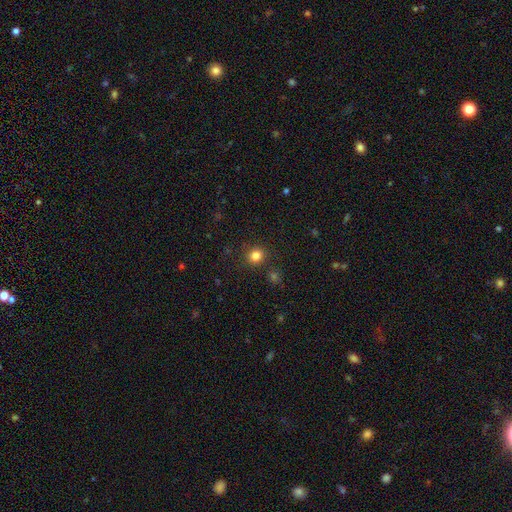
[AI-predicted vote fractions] Smooth or featured: smooth — 82% (star or artifact — 13%)
How rounded: round — 86% (in between — 13%)
Merging: none — 87% (minor disturbance — 7%)